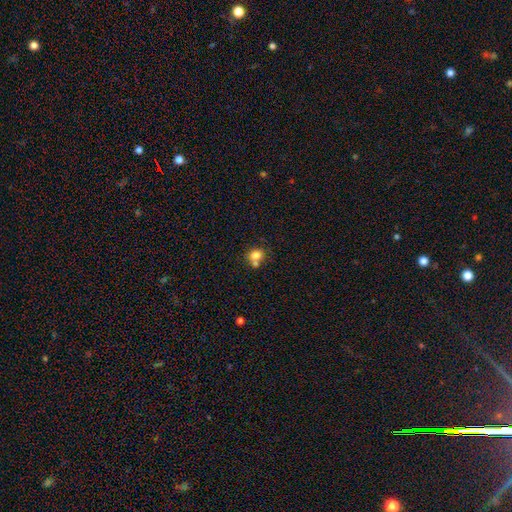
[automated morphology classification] Smooth or featured? smooth (77%)
How rounded? round (69%)
Merging? none (50%)